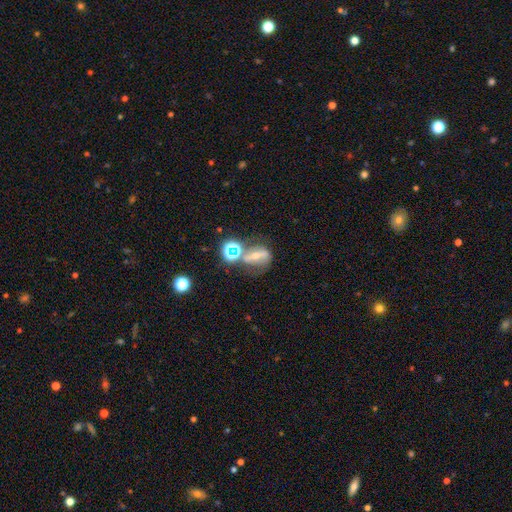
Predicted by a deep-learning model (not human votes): Smooth or featured?
  - featured or disk: 50% *
  - smooth: 26%
  - star or artifact: 24%
Merging?
  - none: 47% *
  - merger: 23%
  - minor disturbance: 17%
  - major disturbance: 13%